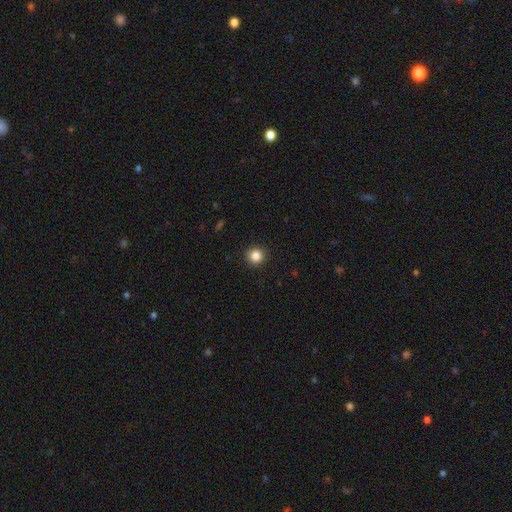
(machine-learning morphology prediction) Smooth or featured? smooth (84%)
How rounded? round (93%)
Merging? none (92%)